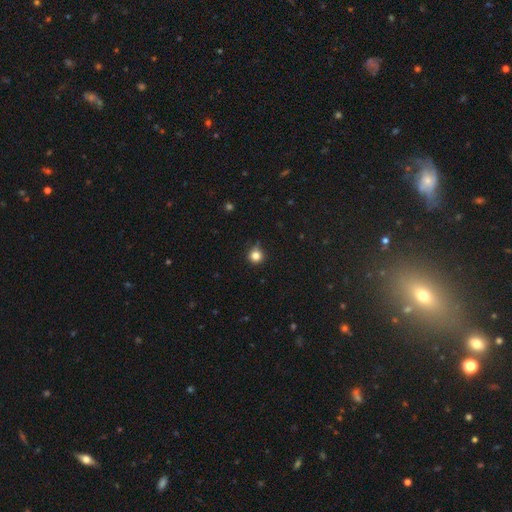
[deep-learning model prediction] smooth-or-featured: smooth: 83% | star or artifact: 13% | featured or disk: 4%
  how-rounded: round: 94% | in between: 5% | cigar-shaped: 1%
  merging: none: 83% | minor disturbance: 13% | major disturbance: 2% | merger: 2%